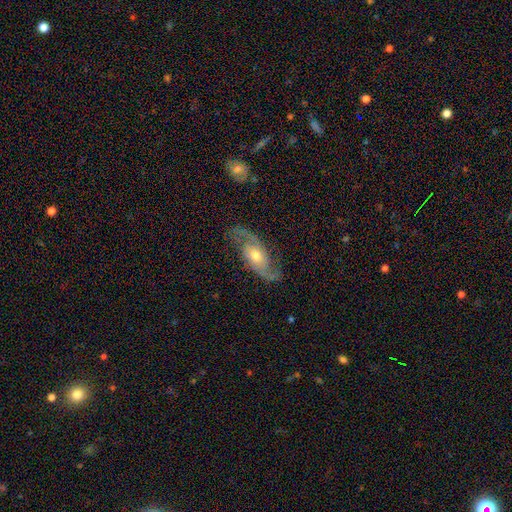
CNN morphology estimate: Overall: featured or disk (88%). Edge-on disk: no (94%). Bar: no (65%; weak 29%). Spiral arms: yes (96%). Spiral arm count: 2 (92%). Spiral winding: medium (50%; loose 33%). Bulge size: moderate (69%). Merging: none (78%).